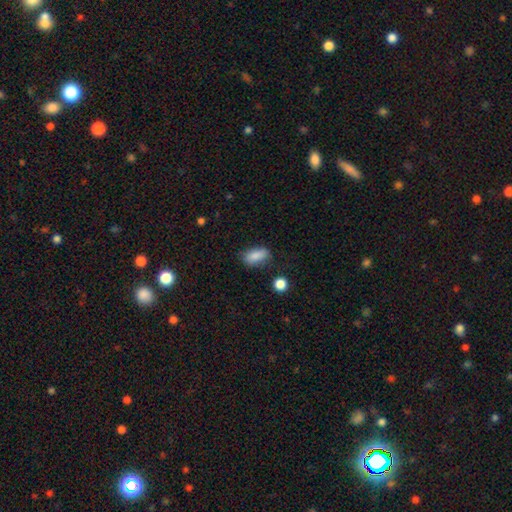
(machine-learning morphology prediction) A smooth galaxy with no disk features (85%) that is in between round and cigar-shaped (88%).

Vote fractions:
- Smooth or featured? smooth: 85% / star or artifact: 8% / featured or disk: 7%
- How rounded? in between: 88% / cigar-shaped: 7% / round: 6%
- Merging? none: 72% / minor disturbance: 20% / major disturbance: 5% / merger: 3%